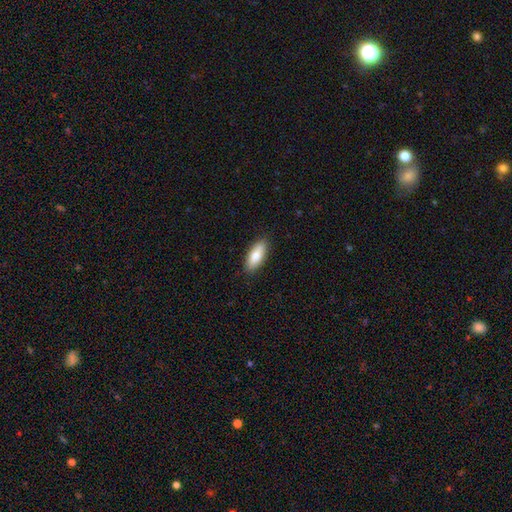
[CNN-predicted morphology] Q: Smooth or featured?
A: smooth (77%); runner-up: featured or disk (17%)
Q: How rounded?
A: in between (74%); runner-up: cigar-shaped (24%)
Q: Merging?
A: none (89%); runner-up: minor disturbance (9%)